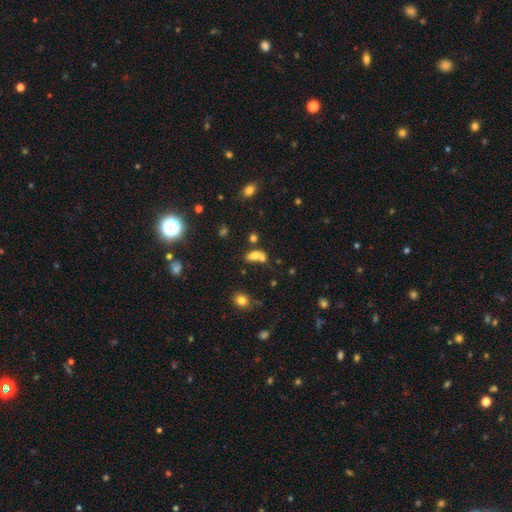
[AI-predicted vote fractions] Morphology: type=smooth (71%); roundness=in between (76%); merging=merger (56%).